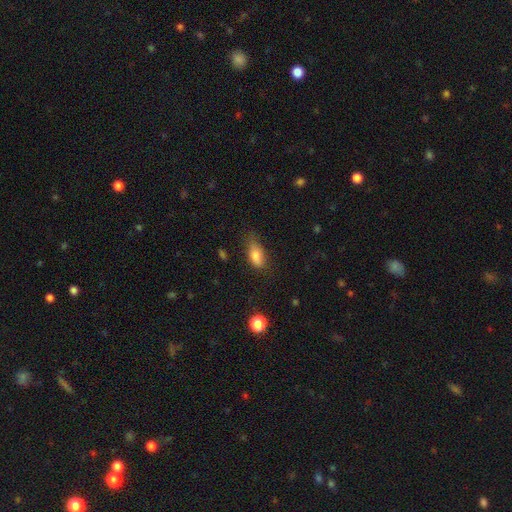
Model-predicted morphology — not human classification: A smooth galaxy with no disk features (80%) that is in between round and cigar-shaped (84%).

Vote fractions:
- Smooth or featured? smooth: 80% / featured or disk: 11% / star or artifact: 9%
- How rounded? in between: 84% / cigar-shaped: 10% / round: 6%
- Merging? none: 48% / minor disturbance: 36% / major disturbance: 14% / merger: 2%